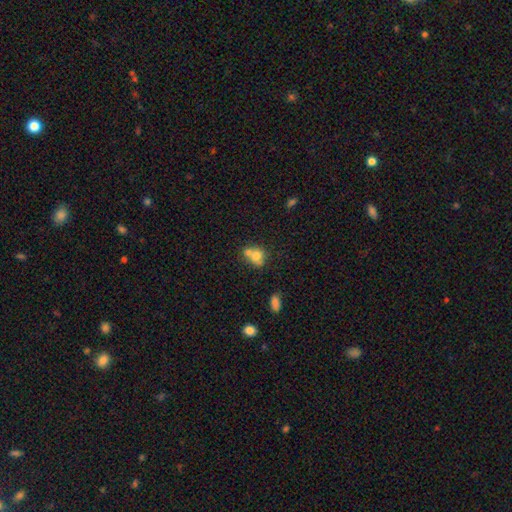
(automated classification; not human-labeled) smooth_or_featured: smooth (p=0.69) [alt: featured or disk p=0.19]
how_rounded: round (p=0.59) [alt: in between p=0.40]
merging: merger (p=0.54) [alt: none p=0.31]